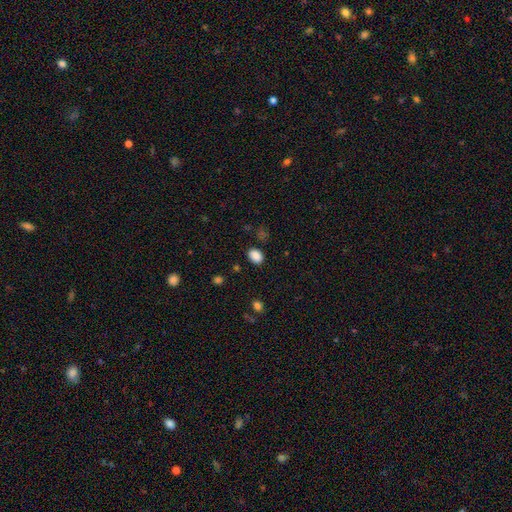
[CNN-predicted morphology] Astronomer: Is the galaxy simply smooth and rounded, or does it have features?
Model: smooth — 87%.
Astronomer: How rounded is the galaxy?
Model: in between — 73%.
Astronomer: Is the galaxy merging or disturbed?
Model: none — 85%.